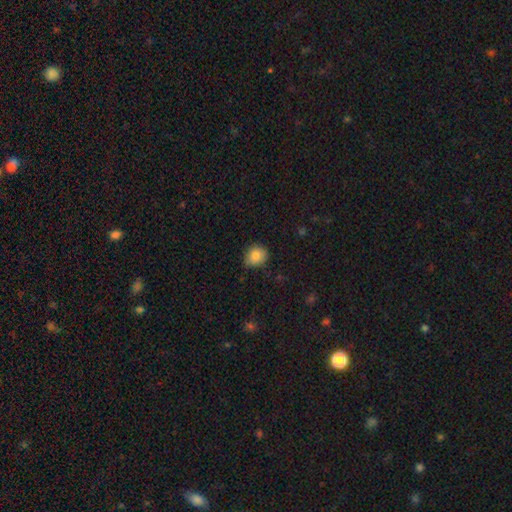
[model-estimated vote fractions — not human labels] smooth 85%, star or artifact 9%, featured or disk 5%. Down the decision tree: how rounded — round (70%); merging — none (75%).